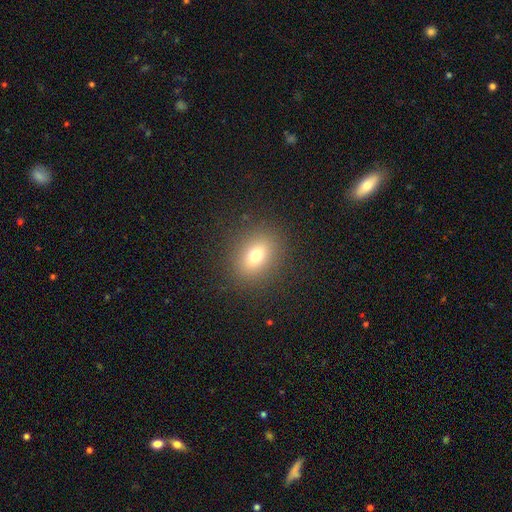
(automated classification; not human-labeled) The model was most divided on "how rounded": in between: 57%, round: 42%, cigar-shaped: 2%. More confident: merging — none (88%); smooth or featured — smooth (73%).